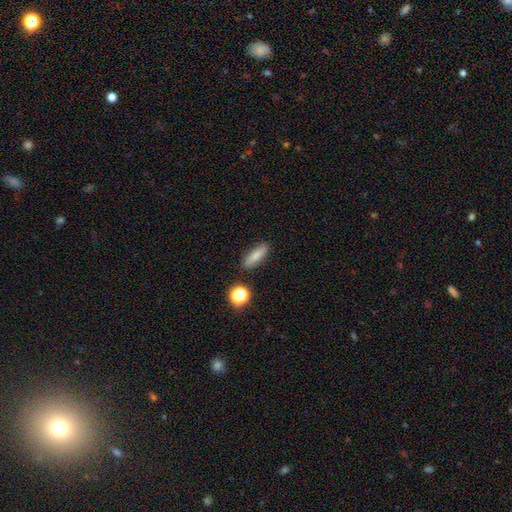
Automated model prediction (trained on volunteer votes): Smooth or featured?
  - smooth: 78% *
  - featured or disk: 13%
  - star or artifact: 9%
How rounded?
  - cigar-shaped: 53% *
  - in between: 42%
  - round: 5%
Merging?
  - none: 85% *
  - minor disturbance: 9%
  - merger: 3%
  - major disturbance: 2%